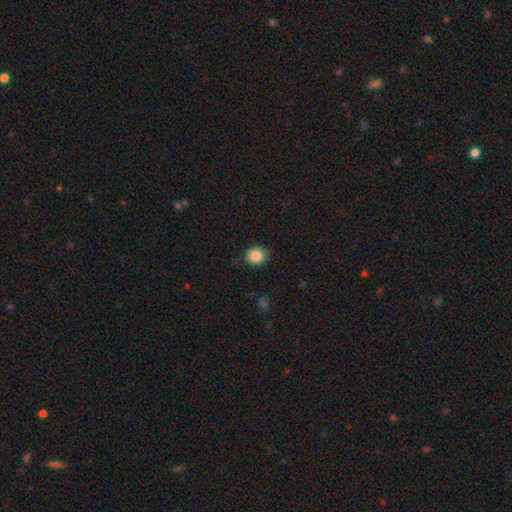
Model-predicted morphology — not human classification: Smooth or featured? smooth (85%)
How rounded? round (83%)
Merging? none (89%)